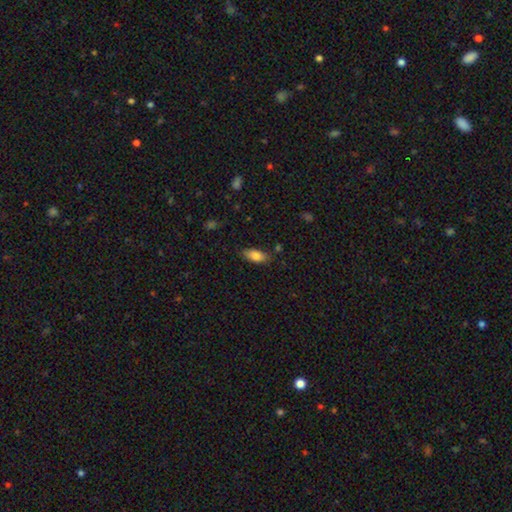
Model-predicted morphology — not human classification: Smooth or featured? smooth (82%)
How rounded? in between (87%)
Merging? none (78%)